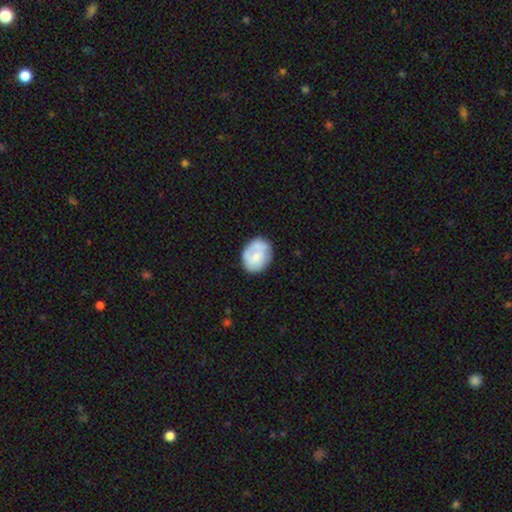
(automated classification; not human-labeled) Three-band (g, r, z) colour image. It shows a smooth galaxy with no disk features (61%) that is in between round and cigar-shaped (50%). Merging: none (63%).